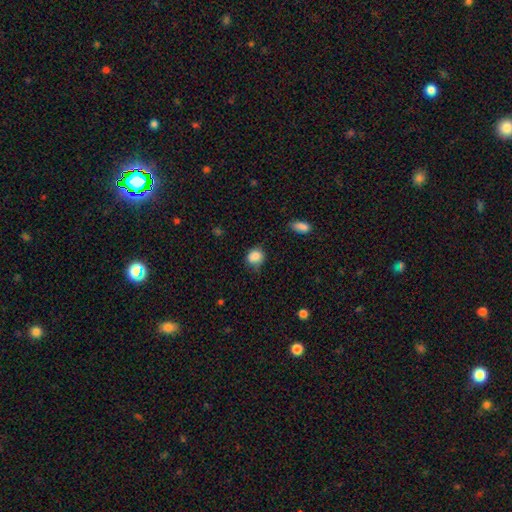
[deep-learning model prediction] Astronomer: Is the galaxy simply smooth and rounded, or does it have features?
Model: smooth — 85%.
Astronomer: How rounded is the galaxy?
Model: round — 71%.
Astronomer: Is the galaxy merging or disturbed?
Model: none — 59%.